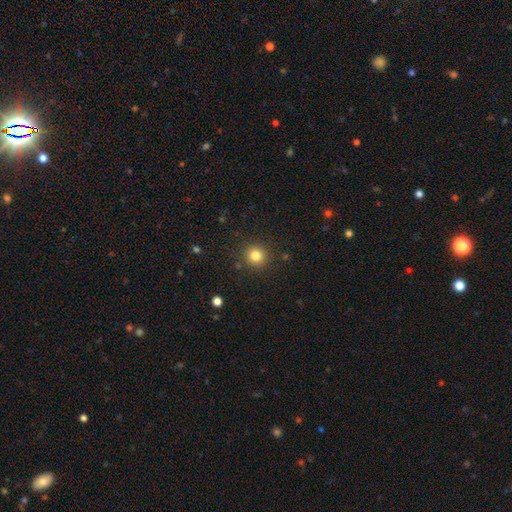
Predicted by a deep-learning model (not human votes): Smooth or featured: smooth — 81% (star or artifact — 13%)
How rounded: round — 92% (in between — 7%)
Merging: none — 89% (minor disturbance — 7%)